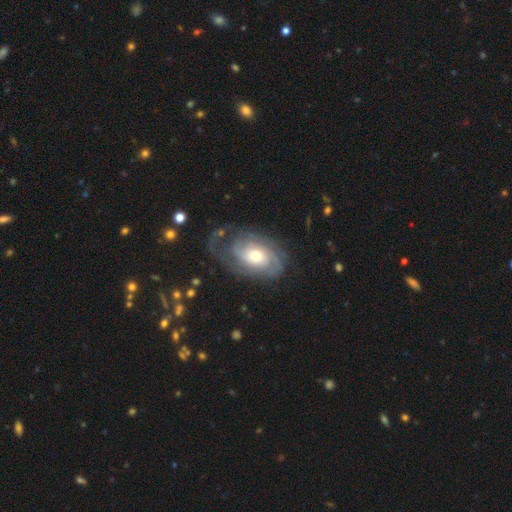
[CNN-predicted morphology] Smooth or featured? featured or disk (78%)
Edge-on disk? no (95%)
Bar? no (75%)
Spiral arms? yes (90%)
Spiral winding? tight (55%)
Spiral arm count? can't tell (34%, tied with 2)
Bulge size? moderate (59%)
Merging? none (58%)